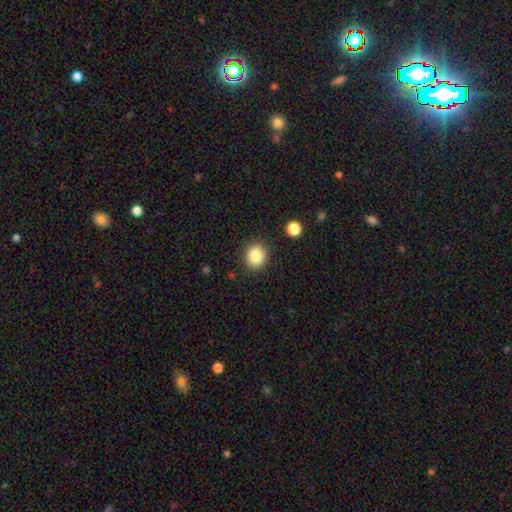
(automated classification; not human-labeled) Smooth or featured? Predicted: smooth (p=0.84). How rounded? Predicted: round (p=0.79). Merging? Predicted: none (p=0.88).